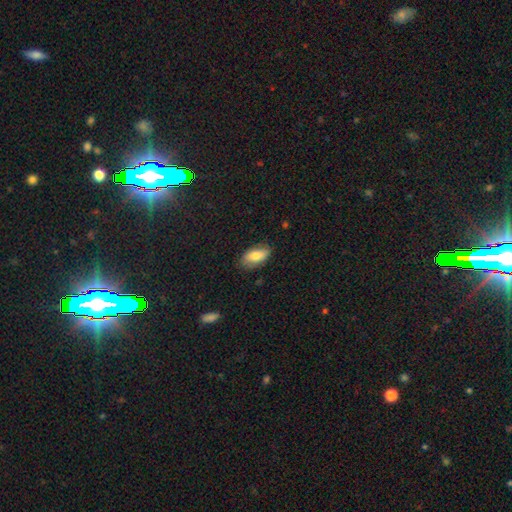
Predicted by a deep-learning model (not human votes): smooth_or_featured: smooth (p=0.77) [alt: featured or disk p=0.17]
how_rounded: in between (p=0.90) [alt: cigar-shaped p=0.07]
merging: none (p=0.80) [alt: minor disturbance p=0.16]